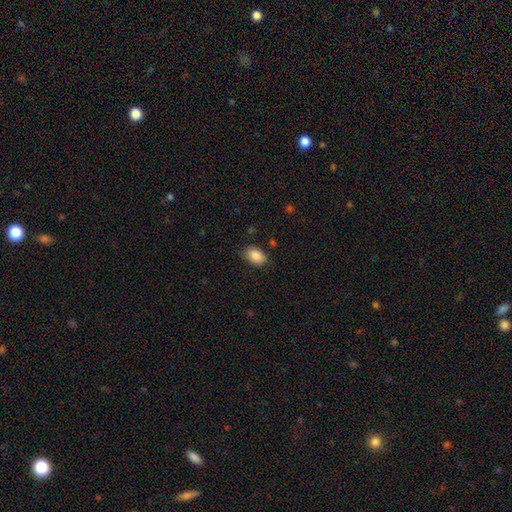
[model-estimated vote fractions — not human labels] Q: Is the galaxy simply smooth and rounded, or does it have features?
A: smooth — 88%.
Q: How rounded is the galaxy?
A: in between — 88%.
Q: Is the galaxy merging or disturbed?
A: none — 81%.